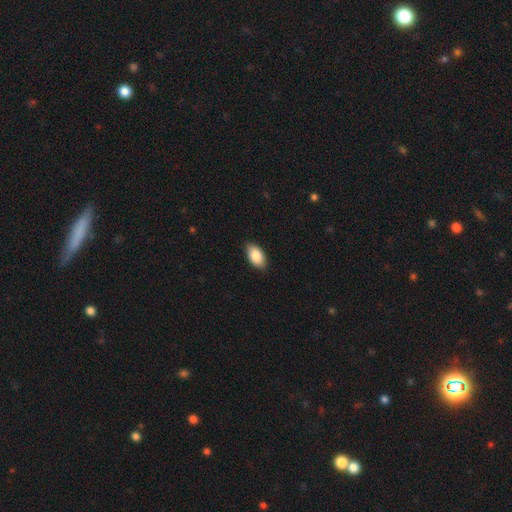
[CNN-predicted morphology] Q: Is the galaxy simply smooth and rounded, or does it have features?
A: smooth — 86%.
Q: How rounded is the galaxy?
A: in between — 94%.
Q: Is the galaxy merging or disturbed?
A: none — 86%.